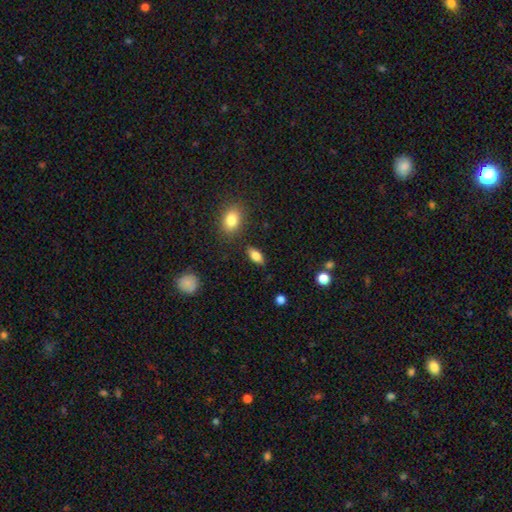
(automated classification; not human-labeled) A smooth galaxy with no disk features (79%) that is in between round and cigar-shaped (84%). Merging: none (85%).